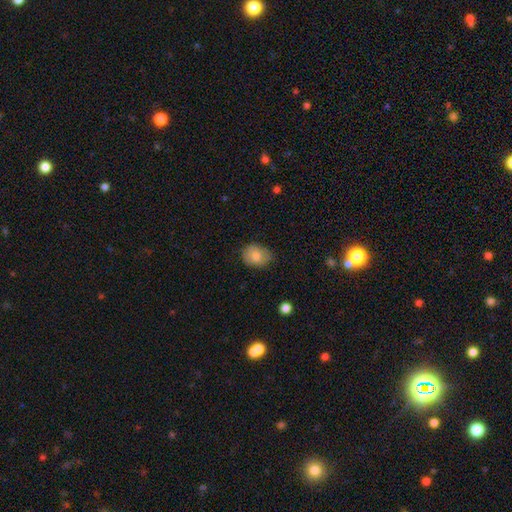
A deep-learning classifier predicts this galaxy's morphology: Smooth or featured? Predicted: smooth (p=0.78). How rounded? Predicted: in between (p=0.54). Merging? Predicted: none (p=0.69).